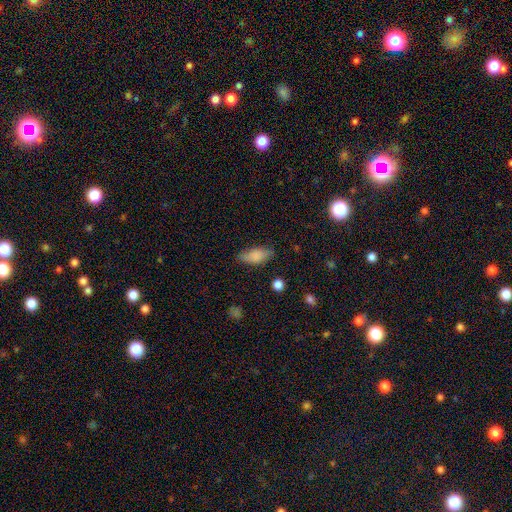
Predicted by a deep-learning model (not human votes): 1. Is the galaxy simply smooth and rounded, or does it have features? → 82% smooth, 10% featured or disk, 8% star or artifact.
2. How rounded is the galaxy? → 83% in between, 14% cigar-shaped, 3% round.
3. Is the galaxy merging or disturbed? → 75% none, 19% minor disturbance, 4% major disturbance, 2% merger.